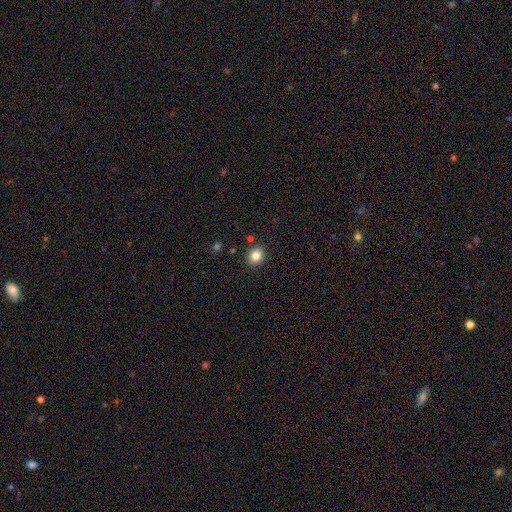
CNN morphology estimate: Smooth or featured?
  - smooth: 84% *
  - star or artifact: 11%
  - featured or disk: 5%
How rounded?
  - round: 82% *
  - in between: 17%
  - cigar-shaped: 1%
Merging?
  - none: 88% *
  - minor disturbance: 7%
  - merger: 3%
  - major disturbance: 2%